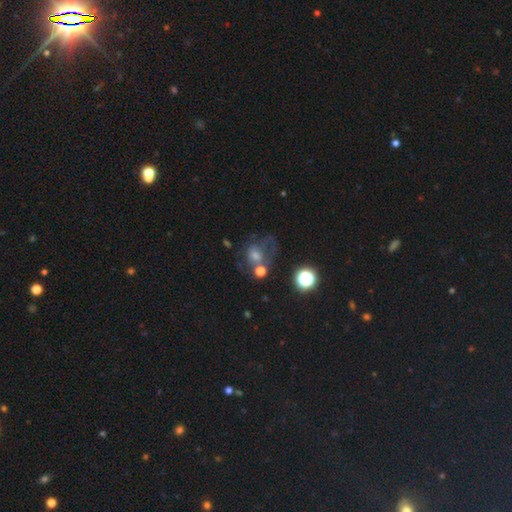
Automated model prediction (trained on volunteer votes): This appears to be a smooth galaxy with no disk features (37%). Merging: none (39%).